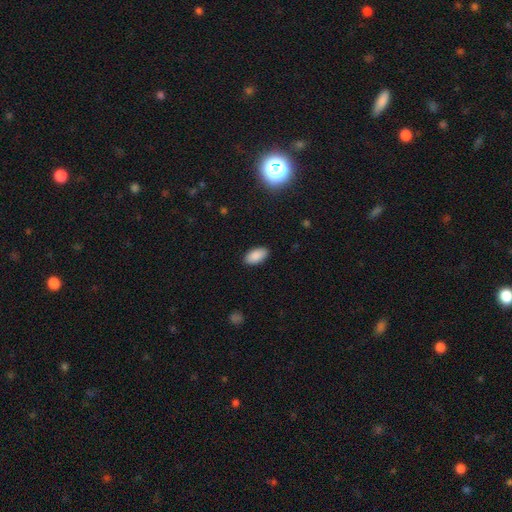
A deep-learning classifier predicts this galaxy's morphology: smooth_or_featured: smooth (p=0.89) [alt: star or artifact p=0.07]
how_rounded: in between (p=0.95) [alt: round p=0.03]
merging: none (p=0.88) [alt: minor disturbance p=0.09]